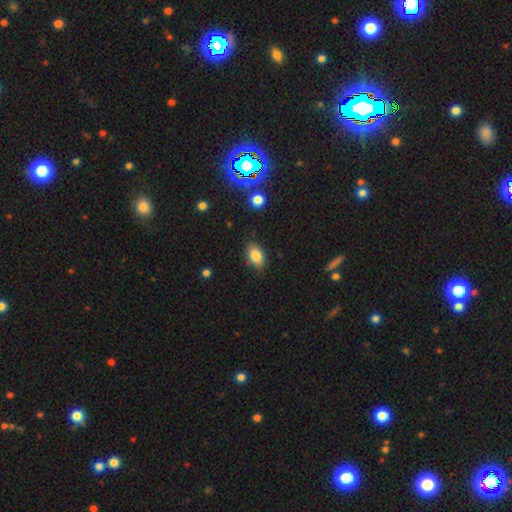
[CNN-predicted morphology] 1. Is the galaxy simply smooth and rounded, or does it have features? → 82% smooth, 9% star or artifact, 9% featured or disk.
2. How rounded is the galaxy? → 87% in between, 11% round, 2% cigar-shaped.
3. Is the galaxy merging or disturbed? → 84% none, 12% minor disturbance, 2% major disturbance, 2% merger.